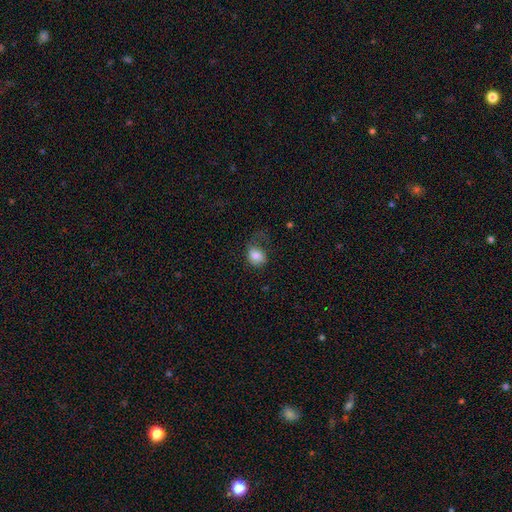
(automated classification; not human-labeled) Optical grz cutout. It shows a smooth galaxy with no disk features (78%) that is round (56%). Merging: major disturbance (37%).